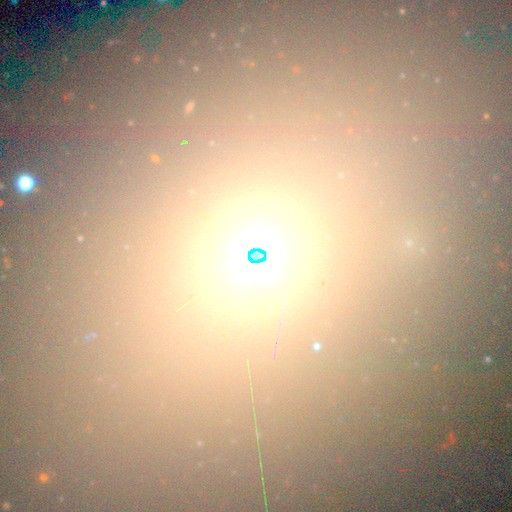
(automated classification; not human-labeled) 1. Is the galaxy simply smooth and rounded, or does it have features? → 49% smooth, 39% star or artifact, 12% featured or disk.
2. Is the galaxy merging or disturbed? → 80% none, 9% minor disturbance, 6% merger, 5% major disturbance.